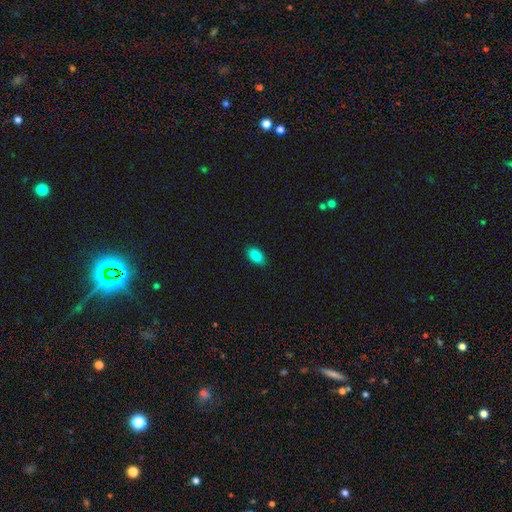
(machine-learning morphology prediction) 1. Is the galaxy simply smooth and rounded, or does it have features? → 89% smooth, 8% star or artifact, 3% featured or disk.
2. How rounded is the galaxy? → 93% in between, 5% round, 2% cigar-shaped.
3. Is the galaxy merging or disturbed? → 89% none, 8% minor disturbance, 2% major disturbance, 1% merger.